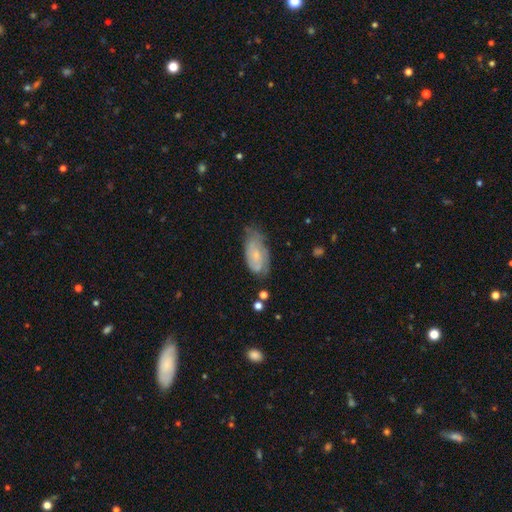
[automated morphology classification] This is possibly a featured or disk galaxy (50%). It is clearly not viewed edge-on (92%). Merging: possibly none (52%).